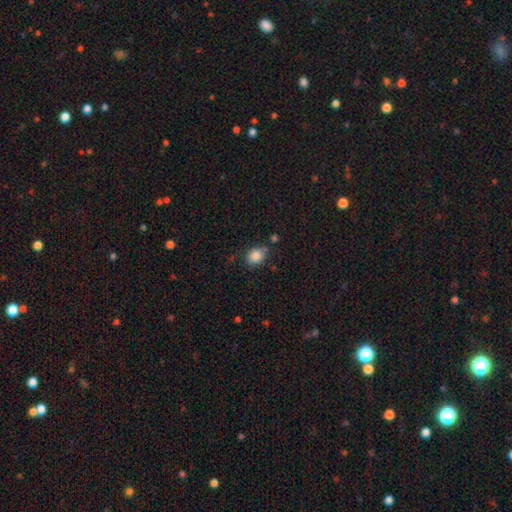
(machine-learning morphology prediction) Smooth or featured: smooth — 86% (star or artifact — 10%)
How rounded: round — 68% (in between — 31%)
Merging: none — 75% (minor disturbance — 14%)